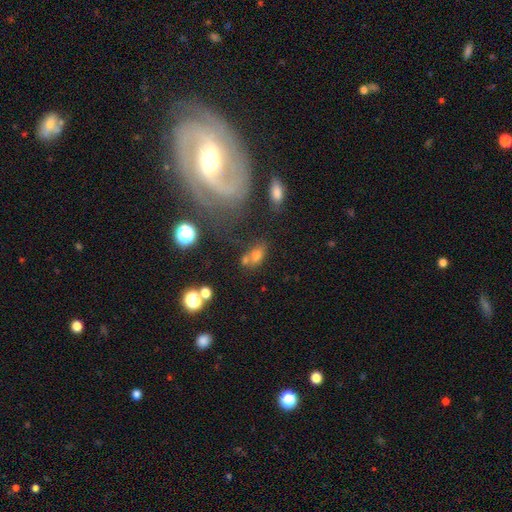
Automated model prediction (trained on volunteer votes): smooth_or_featured: smooth (p=0.68) [alt: featured or disk p=0.16]
how_rounded: in between (p=0.81) [alt: round p=0.15]
merging: none (p=0.40) [alt: merger p=0.35]